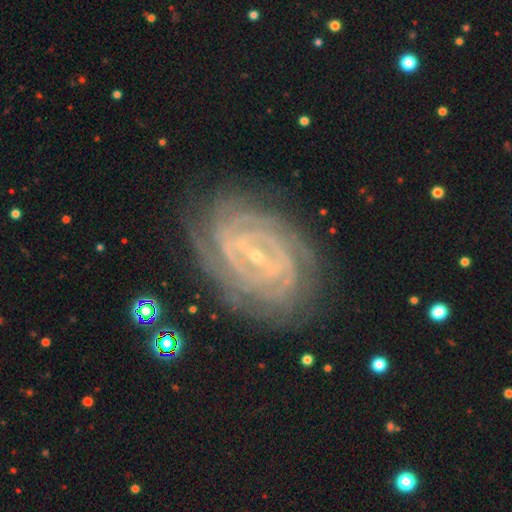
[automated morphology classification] Smooth or featured? Predicted: featured or disk (p=0.90). Edge-on disk? Predicted: no (p=0.97). Bar? Predicted: strong (p=0.42). Spiral arms? Predicted: yes (p=0.98). Spiral winding? Predicted: tight (p=0.83). Spiral arm count? Predicted: 2 (p=0.27). Bulge size? Predicted: small (p=0.86). Merging? Predicted: none (p=0.82).